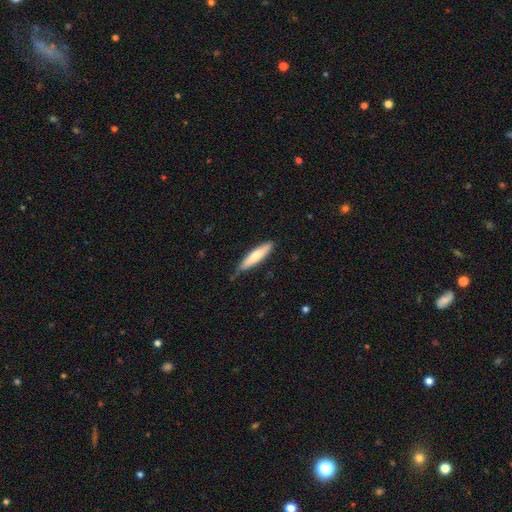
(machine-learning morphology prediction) A smooth galaxy with no disk features (69%) that is cigar-shaped (82%).

Vote fractions:
- Smooth or featured? smooth: 69% / featured or disk: 26% / star or artifact: 5%
- How rounded? cigar-shaped: 82% / in between: 17% / round: 1%
- Merging? none: 73% / minor disturbance: 22% / major disturbance: 3% / merger: 2%